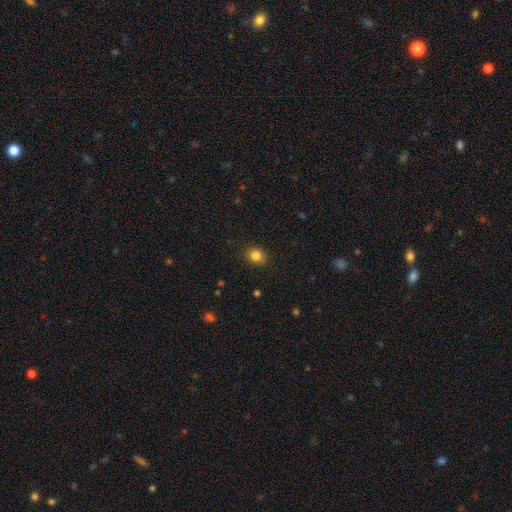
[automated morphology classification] The model was most divided on "how rounded": round: 56%, in between: 43%, cigar-shaped: 1%. More confident: merging — none (89%); smooth or featured — smooth (84%).